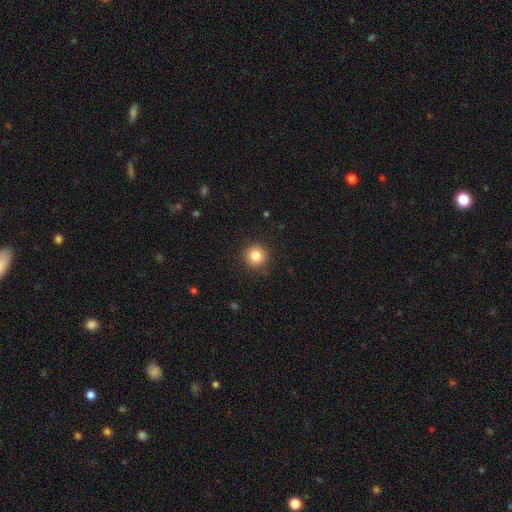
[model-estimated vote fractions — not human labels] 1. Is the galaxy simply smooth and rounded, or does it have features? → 84% smooth, 11% star or artifact, 5% featured or disk.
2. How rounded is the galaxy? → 95% round, 4% in between, 1% cigar-shaped.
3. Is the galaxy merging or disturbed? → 90% none, 7% minor disturbance, 2% major disturbance, 1% merger.